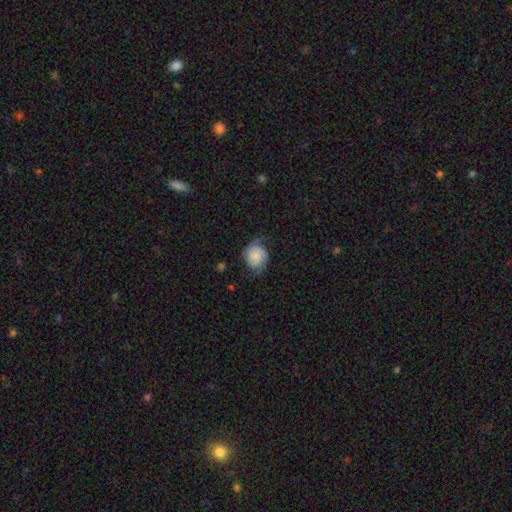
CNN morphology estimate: This appears to be a featured or disk galaxy (47%). Merging: none (56%).